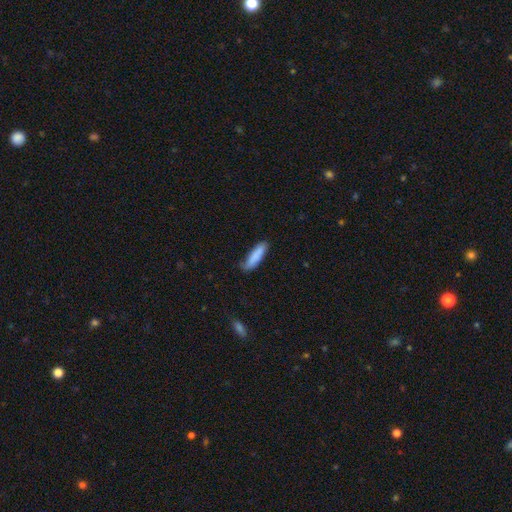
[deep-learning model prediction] A smooth galaxy with no disk features (86%) that is cigar-shaped (63%).

Vote fractions:
- Smooth or featured? smooth: 86% / featured or disk: 8% / star or artifact: 6%
- How rounded? cigar-shaped: 63% / in between: 35% / round: 1%
- Merging? none: 69% / minor disturbance: 25% / major disturbance: 5% / merger: 2%